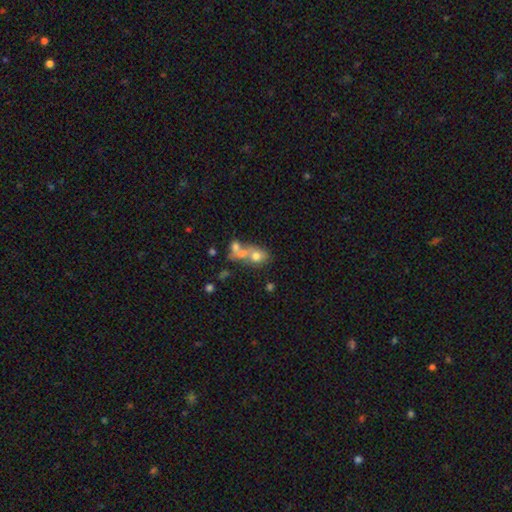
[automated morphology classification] smooth 63%, featured or disk 25%, star or artifact 12%. Down the decision tree: how rounded — in between (53%); merging — merger (59%).